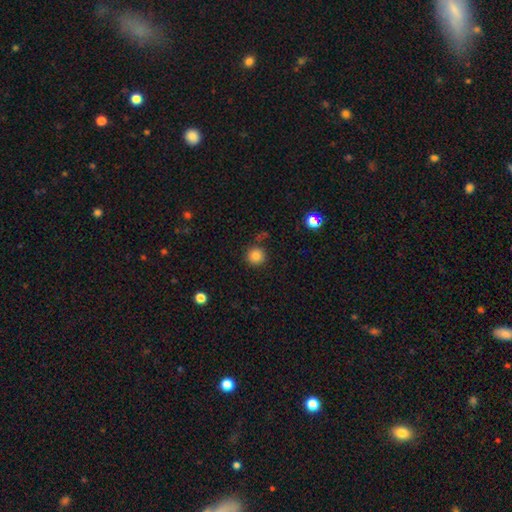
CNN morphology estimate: Overall: smooth (84%). How rounded: round (94%). Merging: none (83%).